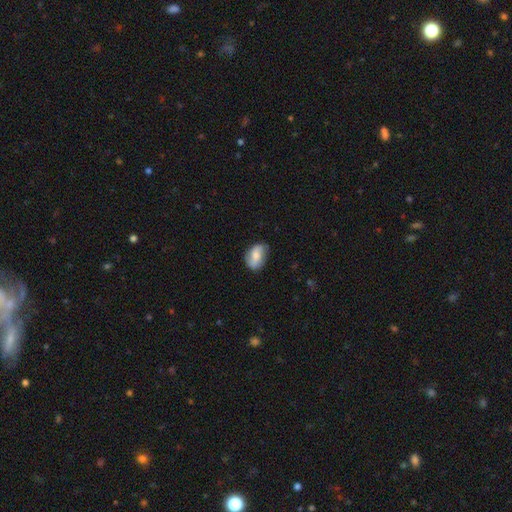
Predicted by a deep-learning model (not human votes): Morphology: type=smooth (55%); roundness=in between (82%); merging=none (71%).